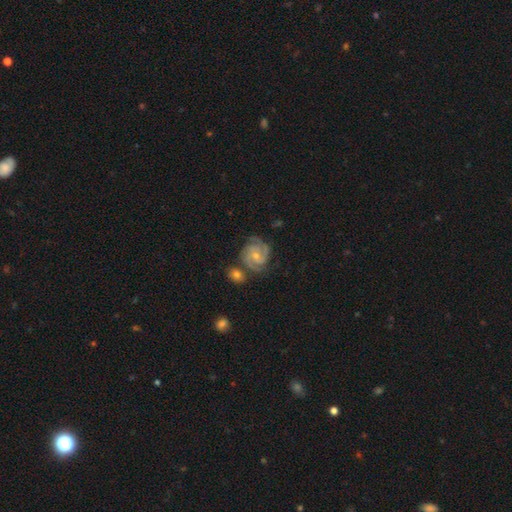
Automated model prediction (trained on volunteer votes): This is clearly a featured or disk galaxy (86%). It is clearly not viewed edge-on (98%). Bar: likely no (67%). Spiral arm pattern: clearly yes (97%). Spiral arm count: possibly 3 (47%). Spiral winding: likely tight (61%). Central bulge: possibly small (60%). Merging: likely none (68%).